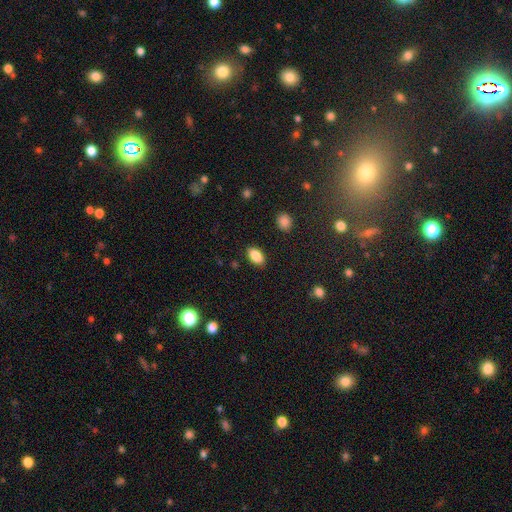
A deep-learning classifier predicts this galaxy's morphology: smooth 87%, star or artifact 8%, featured or disk 5%. Down the decision tree: how rounded — in between (92%); merging — none (87%).